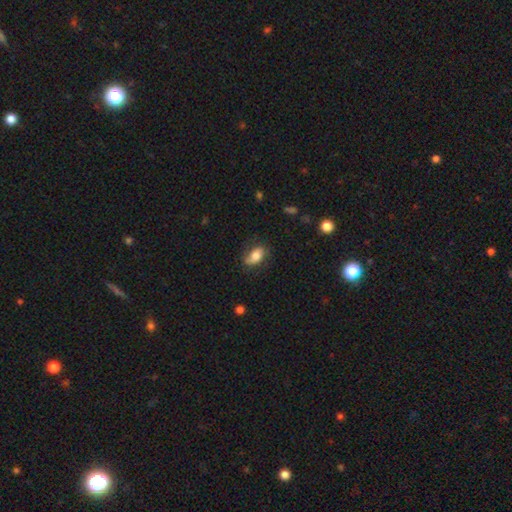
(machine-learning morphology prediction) smooth 67%, featured or disk 26%, star or artifact 7%. Down the decision tree: how rounded — in between (88%); merging — none (69%).